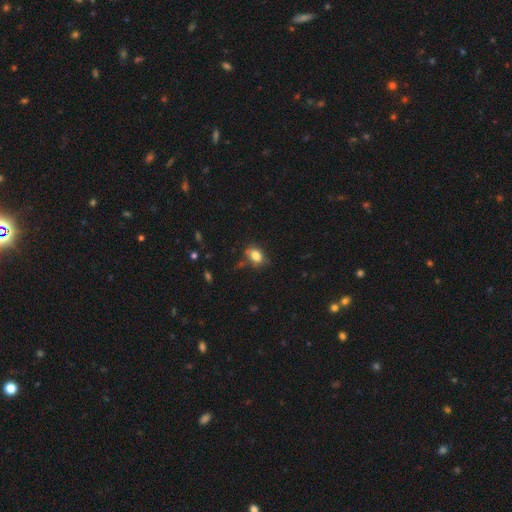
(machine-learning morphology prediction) smooth_or_featured: smooth (p=0.80) [alt: featured or disk p=0.10]
how_rounded: in between (p=0.75) [alt: round p=0.23]
merging: none (p=0.65) [alt: minor disturbance p=0.23]